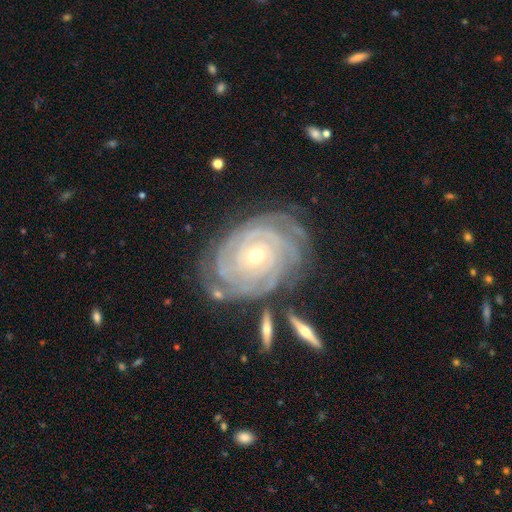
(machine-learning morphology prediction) A featured or disk galaxy (91%) with no bar (74%), tight (87%) spiral arms (98%) and a small central bulge (58%). Merging: none (71%).